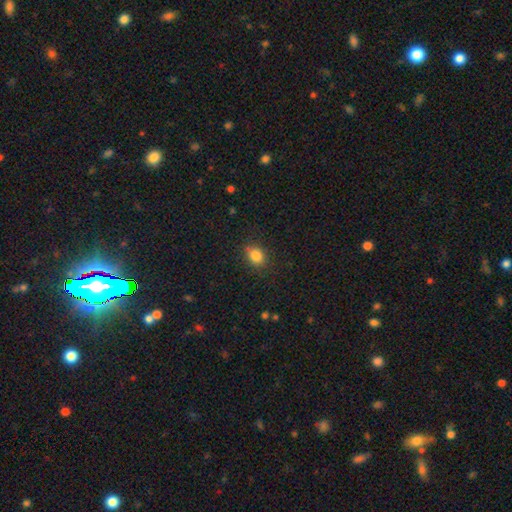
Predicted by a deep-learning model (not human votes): A smooth galaxy with no disk features (83%) that is in between round and cigar-shaped (53%).

Vote fractions:
- Smooth or featured? smooth: 83% / star or artifact: 11% / featured or disk: 6%
- How rounded? in between: 53% / round: 46% / cigar-shaped: 1%
- Merging? none: 83% / minor disturbance: 13% / major disturbance: 3% / merger: 2%